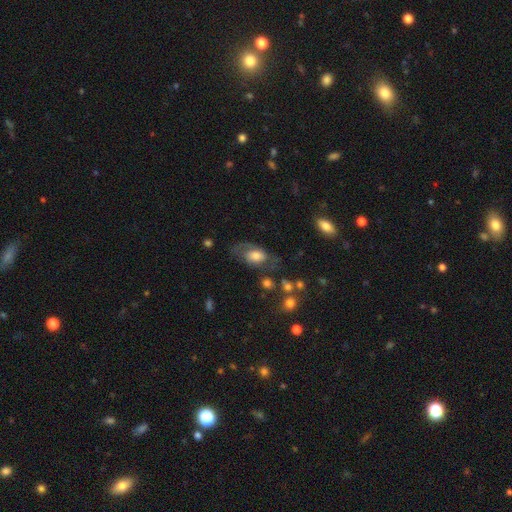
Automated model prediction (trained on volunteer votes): This is possibly a smooth galaxy (51%). How rounded: clearly in between (84%). Merging: possibly none (47%).